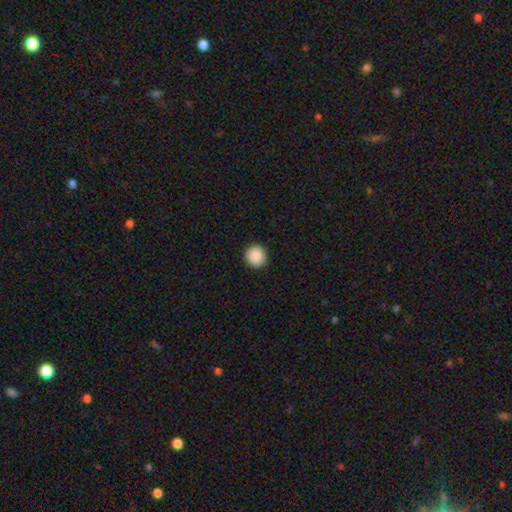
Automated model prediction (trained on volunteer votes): This appears to be a smooth galaxy with no disk features (89%) that is round (95%). Merging: none (93%).